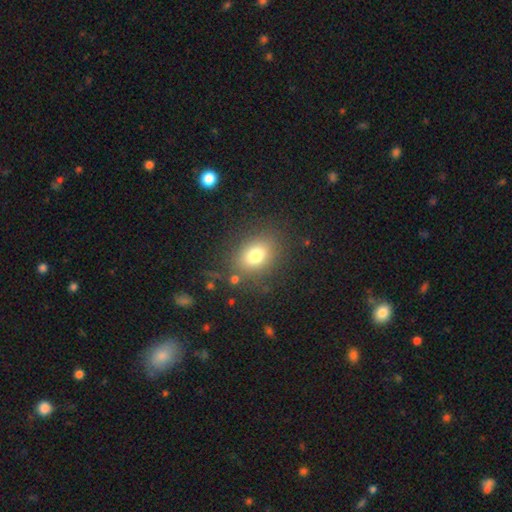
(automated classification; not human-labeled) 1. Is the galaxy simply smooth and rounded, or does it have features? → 76% smooth, 13% star or artifact, 11% featured or disk.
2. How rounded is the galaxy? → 58% in between, 41% round, 1% cigar-shaped.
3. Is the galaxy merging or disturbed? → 81% none, 11% minor disturbance, 5% major disturbance, 3% merger.